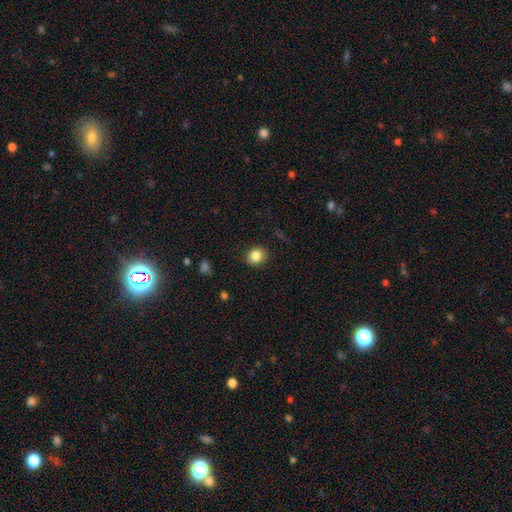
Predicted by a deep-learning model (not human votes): The model was most divided on "how rounded": round: 75%, in between: 25%, cigar-shaped: 1%. More confident: merging — none (89%); smooth or featured — smooth (85%).